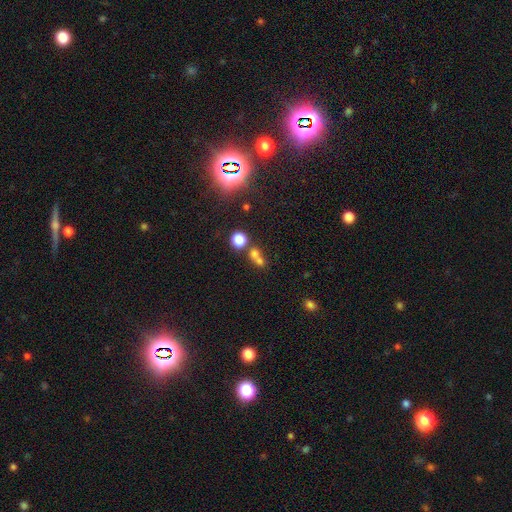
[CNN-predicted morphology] Smooth or featured? smooth (66%)
How rounded? round (74%)
Merging? merger (55%)